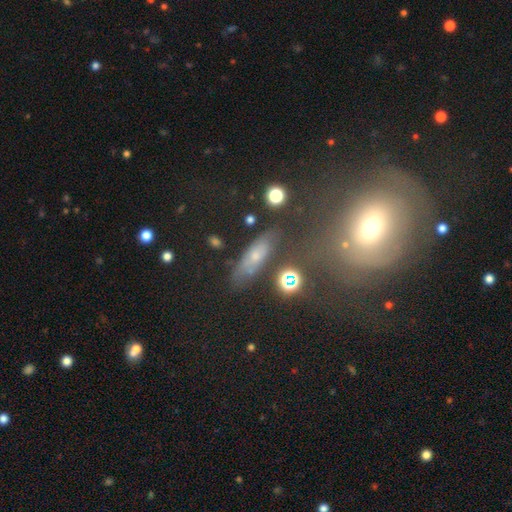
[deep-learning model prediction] Smooth or featured: smooth — 48% (featured or disk — 32%)
Merging: none — 74% (minor disturbance — 15%)